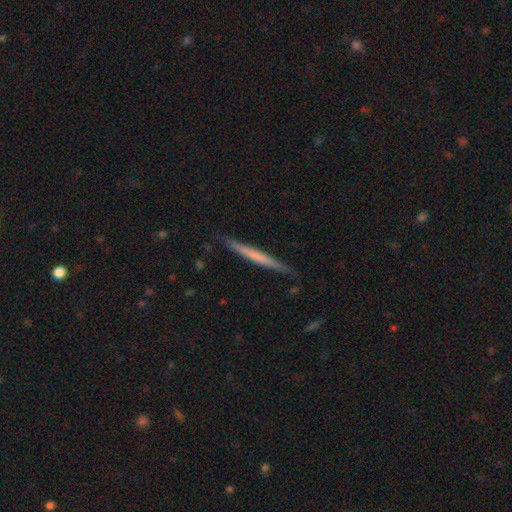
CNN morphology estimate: Smooth or featured: smooth — 51% (featured or disk — 43%)
How rounded: cigar-shaped — 97% (in between — 2%)
Merging: none — 87% (minor disturbance — 10%)